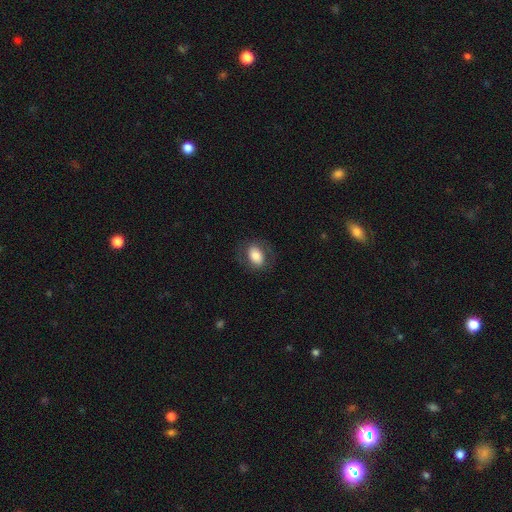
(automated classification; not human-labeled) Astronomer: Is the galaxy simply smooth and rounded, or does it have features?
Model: smooth — 73%.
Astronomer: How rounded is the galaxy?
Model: in between — 79%.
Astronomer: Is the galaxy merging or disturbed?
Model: none — 77%.